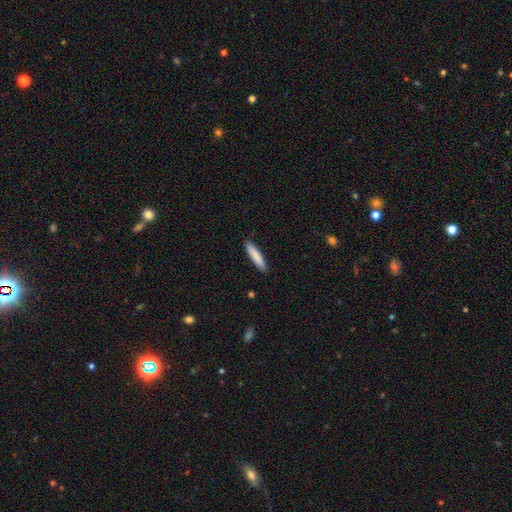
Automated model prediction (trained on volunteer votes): smooth_or_featured: smooth (p=0.84) [alt: featured or disk p=0.11]
how_rounded: cigar-shaped (p=0.87) [alt: in between p=0.12]
merging: none (p=0.90) [alt: minor disturbance p=0.08]